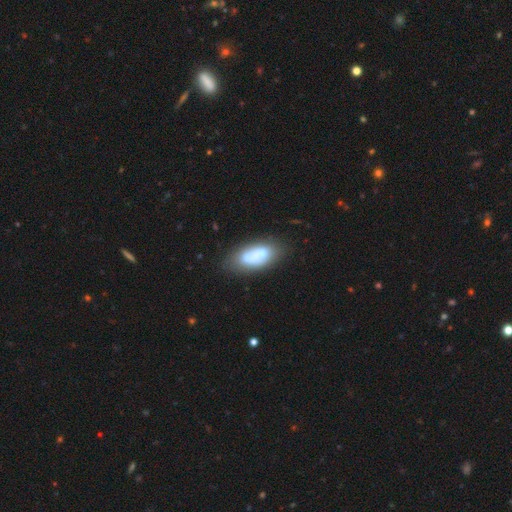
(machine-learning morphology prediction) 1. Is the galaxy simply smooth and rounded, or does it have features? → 63% smooth, 28% featured or disk, 8% star or artifact.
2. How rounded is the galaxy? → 90% in between, 6% cigar-shaped, 4% round.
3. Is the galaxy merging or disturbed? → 53% none, 22% minor disturbance, 16% merger, 10% major disturbance.